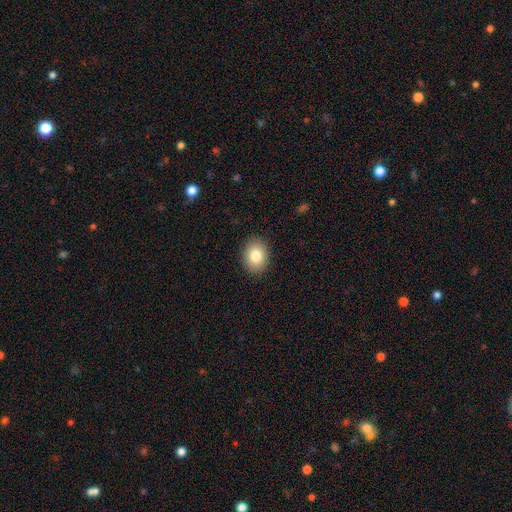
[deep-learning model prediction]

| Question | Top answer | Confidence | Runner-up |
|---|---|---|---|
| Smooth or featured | smooth | 83% | star or artifact (8%) |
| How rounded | in between | 62% | round (37%) |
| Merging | none | 89% | minor disturbance (8%) |